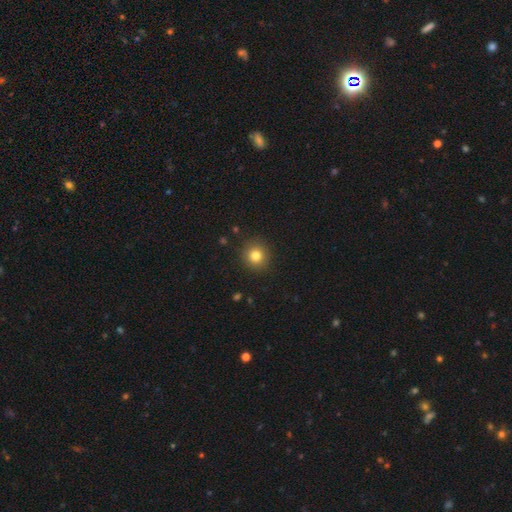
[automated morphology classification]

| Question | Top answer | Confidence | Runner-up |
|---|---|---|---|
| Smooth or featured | smooth | 82% | star or artifact (11%) |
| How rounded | round | 91% | in between (8%) |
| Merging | none | 90% | minor disturbance (6%) |